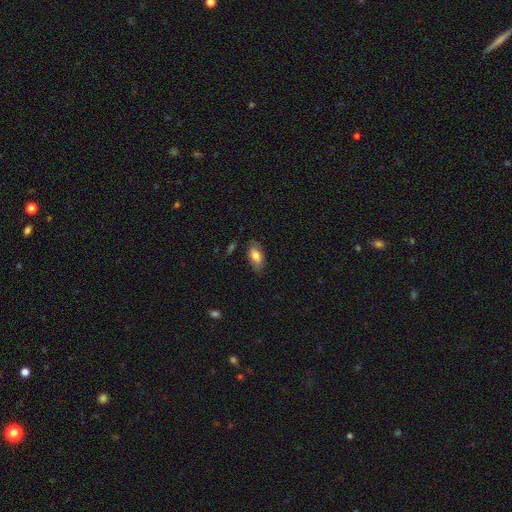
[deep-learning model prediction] Smooth or featured? Predicted: smooth (p=0.77). How rounded? Predicted: in between (p=0.89). Merging? Predicted: none (p=0.77).